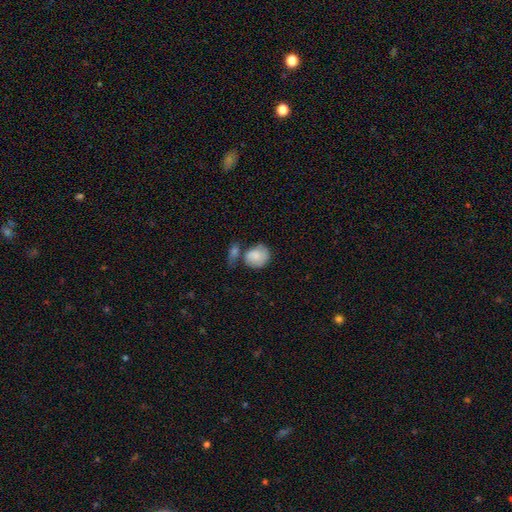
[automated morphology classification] Smooth or featured: smooth — 81% (featured or disk — 12%)
How rounded: round — 58% (in between — 41%)
Merging: none — 35% (merger — 33%)